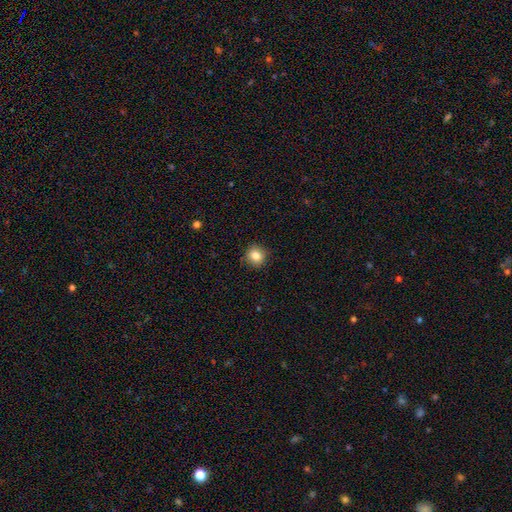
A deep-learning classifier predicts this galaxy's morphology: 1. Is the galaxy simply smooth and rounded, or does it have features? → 84% smooth, 10% star or artifact, 6% featured or disk.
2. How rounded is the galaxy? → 90% round, 9% in between, 1% cigar-shaped.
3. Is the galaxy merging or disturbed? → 89% none, 8% minor disturbance, 2% major disturbance, 1% merger.